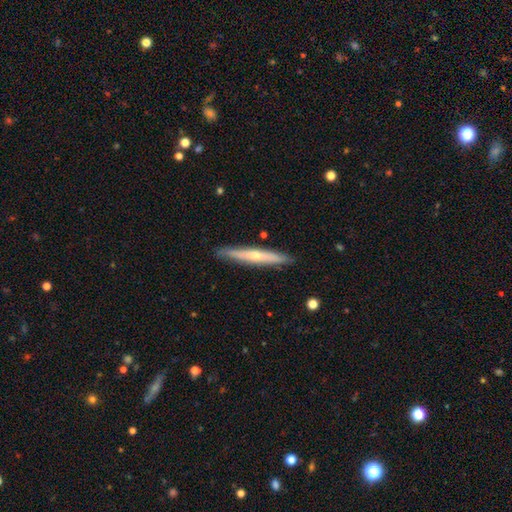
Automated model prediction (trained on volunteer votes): featured or disk 59%, smooth 35%, star or artifact 6%. Down the decision tree: edge-on disk — yes (92%); edge-on bulge — rounded (74%); merging — none (89%).